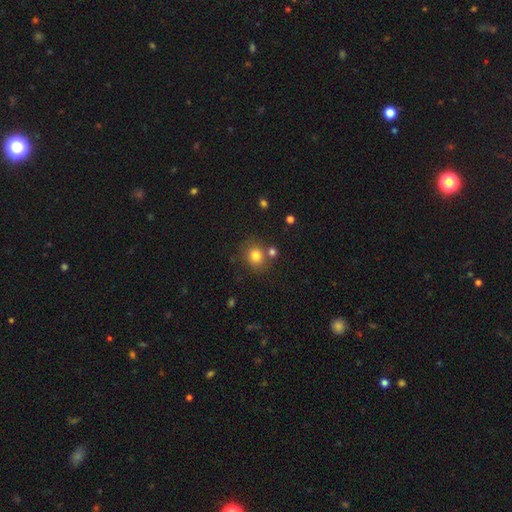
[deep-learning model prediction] A smooth galaxy with no disk features (80%) that is round (78%).

Vote fractions:
- Smooth or featured? smooth: 80% / star or artifact: 12% / featured or disk: 8%
- How rounded? round: 78% / in between: 21% / cigar-shaped: 1%
- Merging? none: 69% / merger: 16% / minor disturbance: 11% / major disturbance: 4%